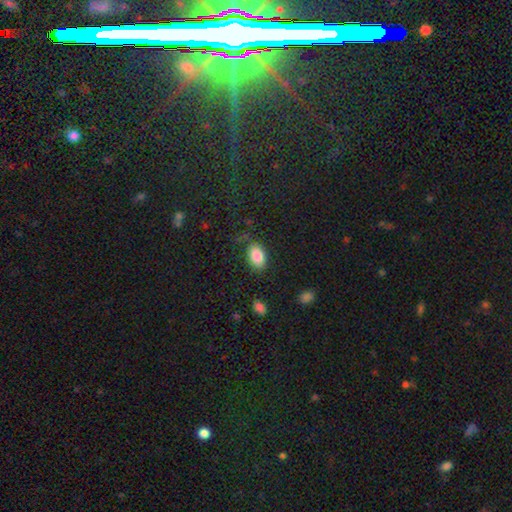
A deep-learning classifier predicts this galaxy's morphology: A smooth galaxy with no disk features (86%) that is in between round and cigar-shaped (89%). Merging: none (79%).